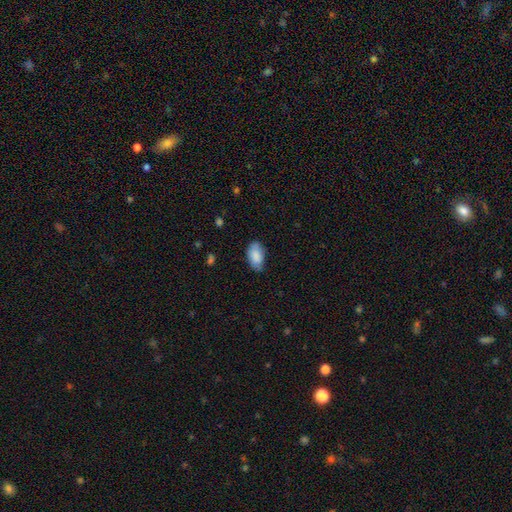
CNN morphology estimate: This is clearly a smooth galaxy (87%). How rounded: clearly in between (94%). Merging: likely none (71%).